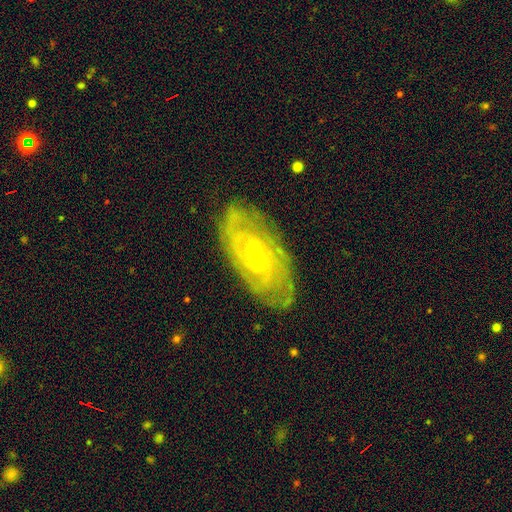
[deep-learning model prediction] This is clearly a featured or disk galaxy (82%). It is clearly not viewed edge-on (92%). Bar: marginally no (45%). Spiral arm pattern: clearly yes (90%). Spiral arm count: marginally can't tell (44%). Spiral winding: likely tight (71%). Central bulge: likely small (71%). Merging: likely none (79%).